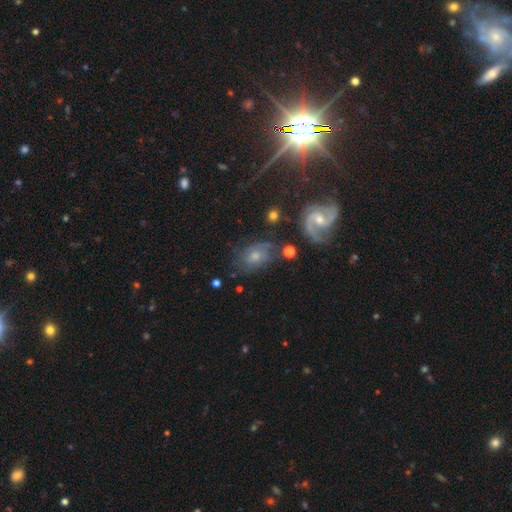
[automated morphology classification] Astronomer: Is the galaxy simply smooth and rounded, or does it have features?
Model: featured or disk — 56%.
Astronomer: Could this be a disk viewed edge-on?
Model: no — 95%.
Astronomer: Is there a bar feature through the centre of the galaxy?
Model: no — 61%.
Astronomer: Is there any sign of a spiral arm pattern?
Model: yes — 85%.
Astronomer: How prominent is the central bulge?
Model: moderate — 49% (runner-up: small, 42%).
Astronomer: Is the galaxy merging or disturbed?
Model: none — 60%.